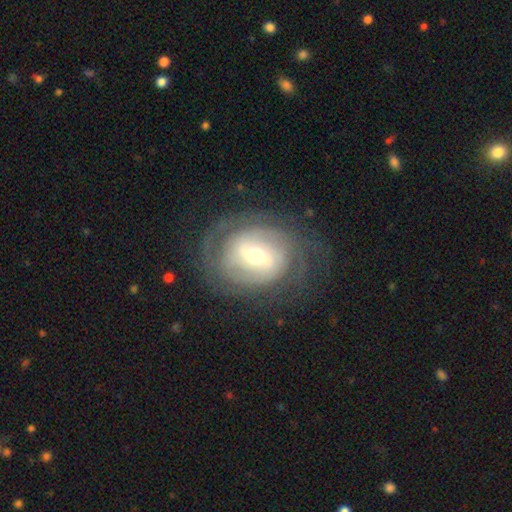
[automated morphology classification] A featured or disk galaxy (81%) with a weak bar (46%), 2 (41%) tight (59%) spiral arms (90%) and a moderate central bulge (62%). Merging: none (73%).